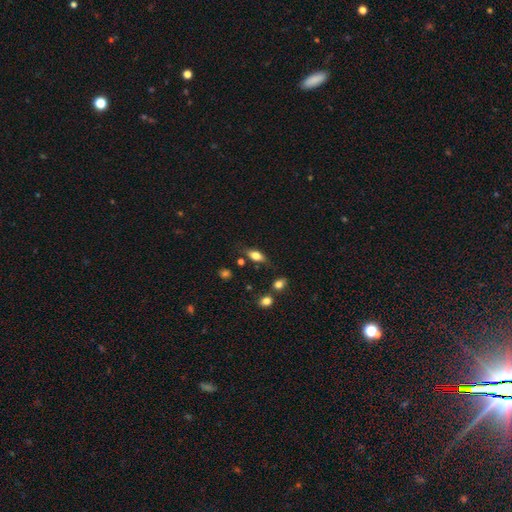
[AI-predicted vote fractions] Smooth or featured: smooth — 68% (featured or disk — 23%)
How rounded: in between — 77% (cigar-shaped — 16%)
Merging: none — 71% (minor disturbance — 19%)